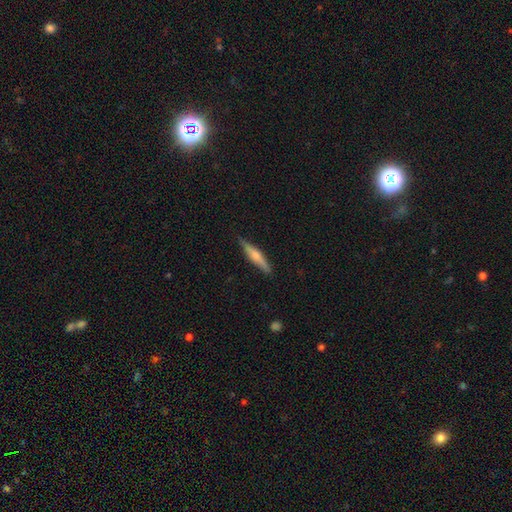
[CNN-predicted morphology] type=featured or disk (52%); edge-on=yes (96%); merging=none (87%).